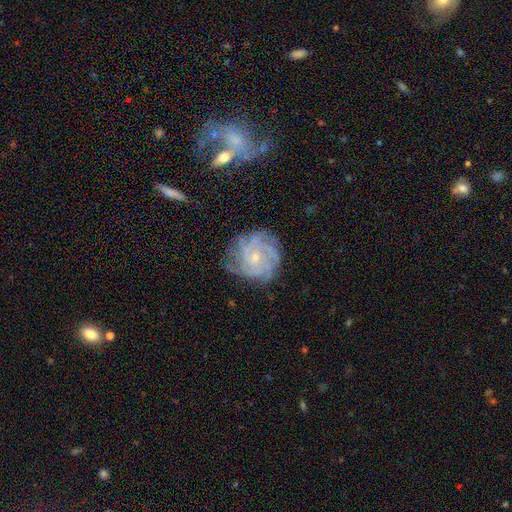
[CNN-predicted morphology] Smooth or featured? Predicted: featured or disk (p=0.83). Edge-on disk? Predicted: no (p=0.97). Bar? Predicted: no (p=0.74). Spiral arms? Predicted: yes (p=0.96). Spiral winding? Predicted: tight (p=0.70). Spiral arm count? Predicted: 4 (p=0.29). Bulge size? Predicted: small (p=0.74). Merging? Predicted: none (p=0.74).